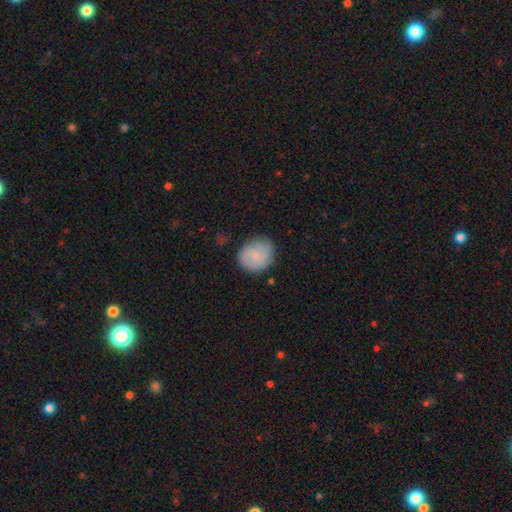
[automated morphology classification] A smooth galaxy with no disk features (74%) that is round (71%).

Vote fractions:
- Smooth or featured? smooth: 74% / featured or disk: 20% / star or artifact: 7%
- How rounded? round: 71% / in between: 28% / cigar-shaped: 1%
- Merging? none: 79% / minor disturbance: 15% / major disturbance: 4% / merger: 2%